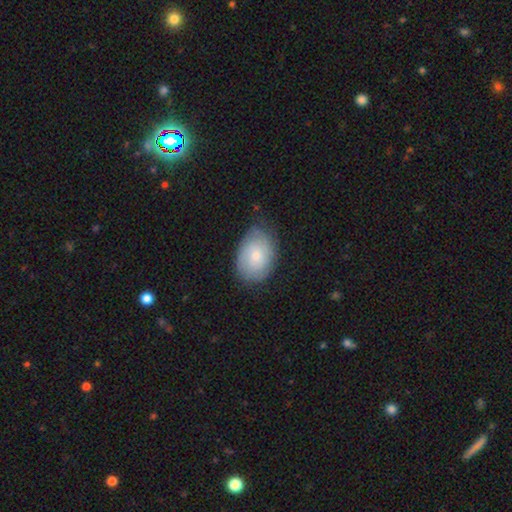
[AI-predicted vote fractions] A smooth galaxy with no disk features (63%) that is in between round and cigar-shaped (78%). Merging: none (68%).